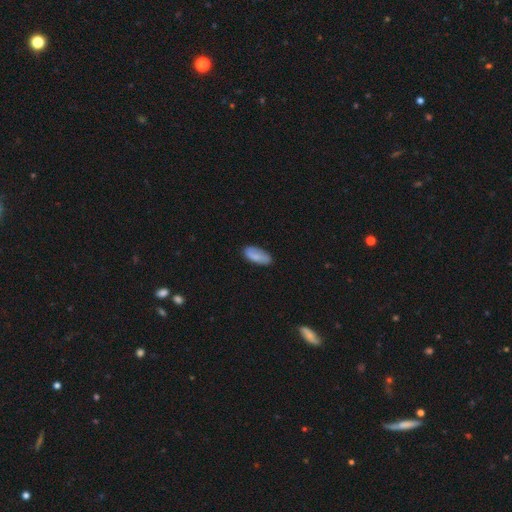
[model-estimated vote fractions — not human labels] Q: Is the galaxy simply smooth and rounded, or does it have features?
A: smooth — 81%.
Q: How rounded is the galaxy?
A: in between — 86%.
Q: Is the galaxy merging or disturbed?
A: none — 78%.